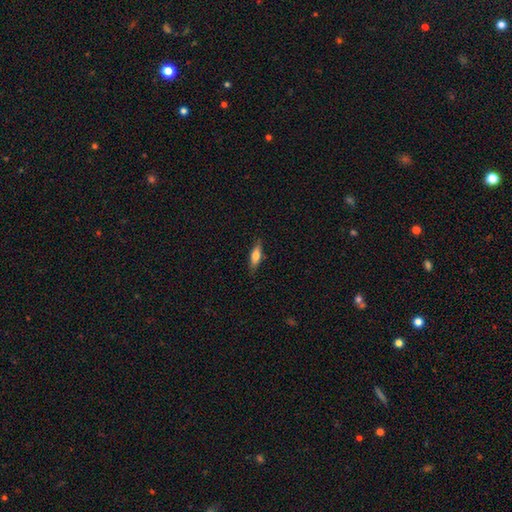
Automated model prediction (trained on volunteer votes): The model was most divided on "how rounded": in between: 51%, cigar-shaped: 47%, round: 2%. More confident: merging — none (83%); smooth or featured — smooth (70%).